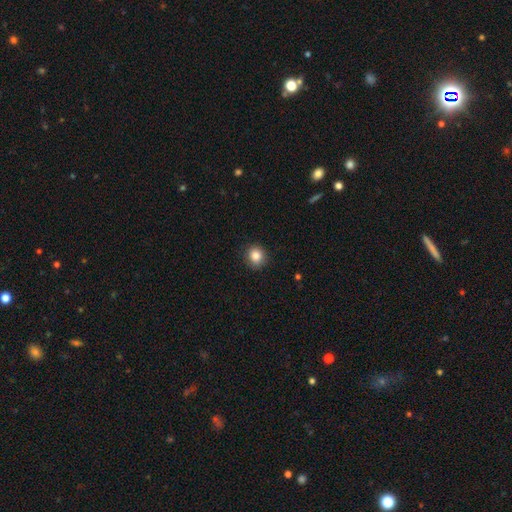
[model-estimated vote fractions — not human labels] smooth 85%, star or artifact 10%, featured or disk 5%. Down the decision tree: how rounded — round (84%); merging — none (89%).